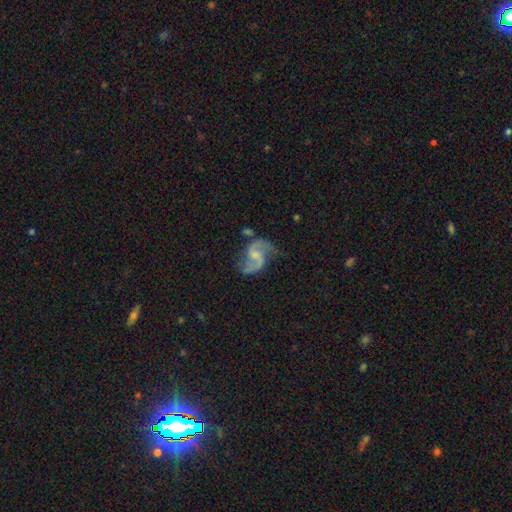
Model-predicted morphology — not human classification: The model was most divided on "bar": weak: 50%, no: 39%, strong: 11%. Remaining: edge-on disk — no (98%); spiral arms — yes (97%); spiral arm count — 2 (93%); smooth or featured — featured or disk (90%); merging — none (68%); spiral winding — loose (53%); bulge size — small (46%).